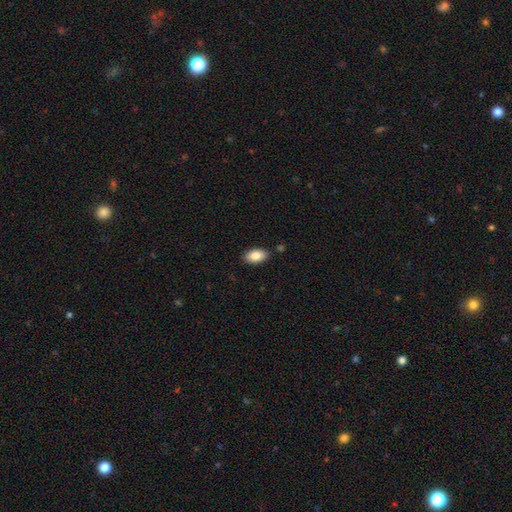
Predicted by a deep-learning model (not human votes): Q: Smooth or featured?
A: smooth (86%); runner-up: featured or disk (7%)
Q: How rounded?
A: in between (94%); runner-up: round (4%)
Q: Merging?
A: none (86%); runner-up: minor disturbance (10%)